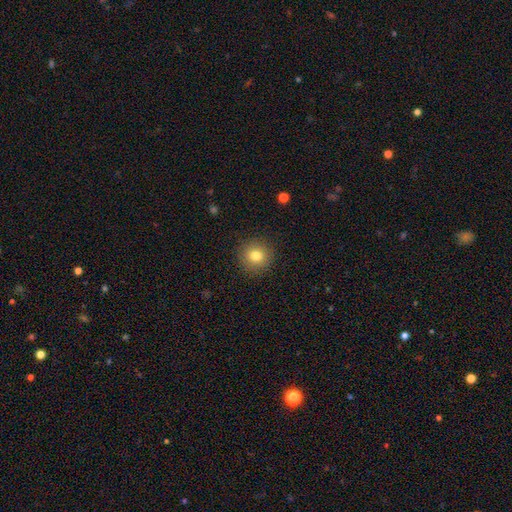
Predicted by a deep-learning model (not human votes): smooth-or-featured: smooth: 81% | star or artifact: 10% | featured or disk: 8%
  how-rounded: round: 92% | in between: 7% | cigar-shaped: 1%
  merging: none: 91% | minor disturbance: 6% | major disturbance: 2% | merger: 1%